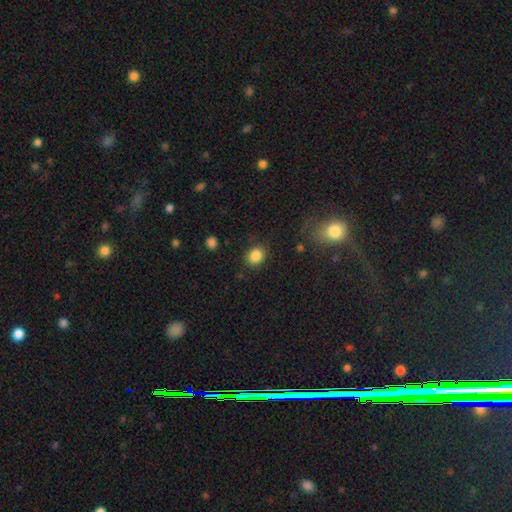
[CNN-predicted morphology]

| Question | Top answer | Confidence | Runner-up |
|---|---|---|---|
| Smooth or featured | smooth | 85% | star or artifact (10%) |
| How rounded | round | 62% | in between (37%) |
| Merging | none | 83% | minor disturbance (11%) |